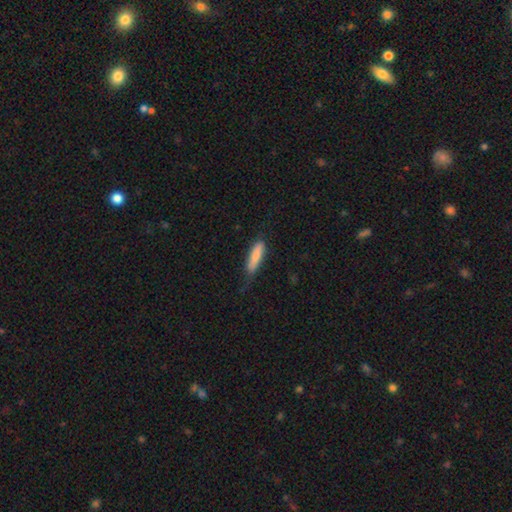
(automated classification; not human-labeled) The model was most divided on "merging": none: 66%, minor disturbance: 26%, major disturbance: 6%, merger: 2%. More confident: smooth or featured — smooth (81%); how rounded — cigar-shaped (72%).